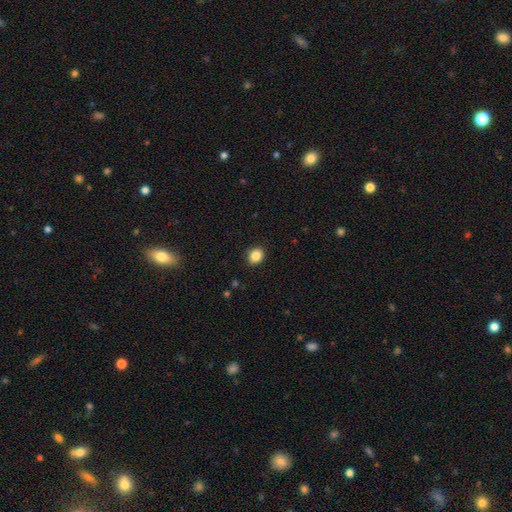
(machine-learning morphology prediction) type=smooth (86%); roundness=round (63%); merging=none (90%).